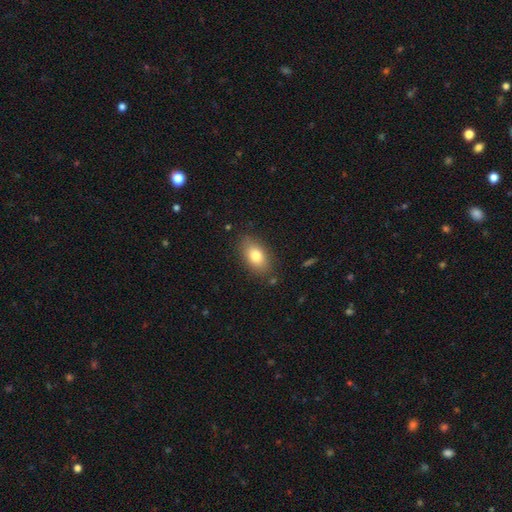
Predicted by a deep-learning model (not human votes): smooth_or_featured: smooth (p=0.80) [alt: featured or disk p=0.12]
how_rounded: in between (p=0.89) [alt: round p=0.08]
merging: none (p=0.83) [alt: minor disturbance p=0.12]